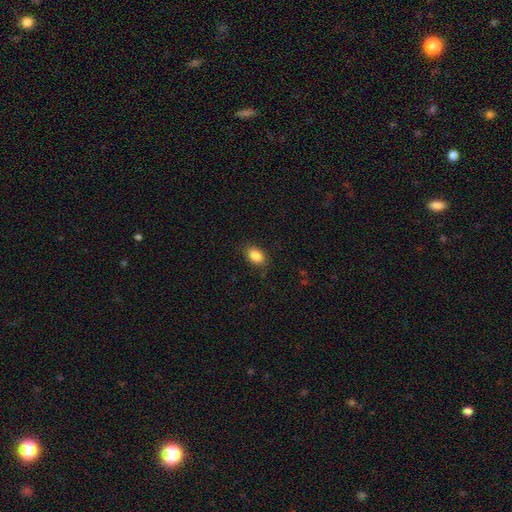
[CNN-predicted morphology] A smooth galaxy with no disk features (86%) that is in between round and cigar-shaped (86%). Merging: none (85%).